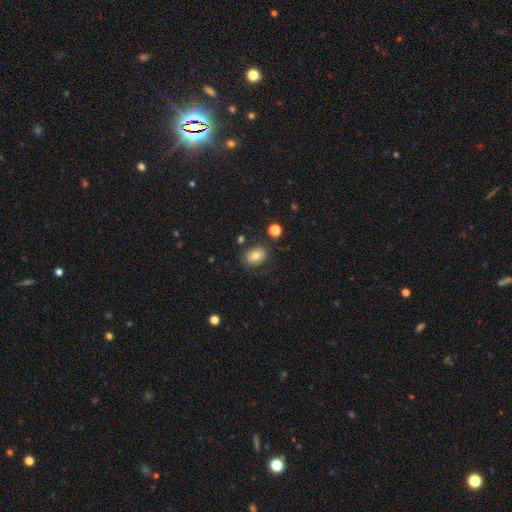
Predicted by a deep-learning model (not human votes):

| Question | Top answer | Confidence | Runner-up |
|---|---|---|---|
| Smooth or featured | smooth | 73% | featured or disk (17%) |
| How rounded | in between | 64% | round (35%) |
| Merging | none | 78% | minor disturbance (14%) |